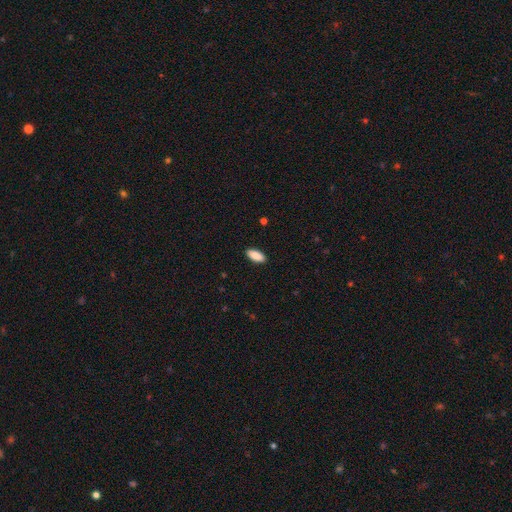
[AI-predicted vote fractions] A smooth galaxy with no disk features (89%) that is in between round and cigar-shaped (87%). Merging: none (90%).